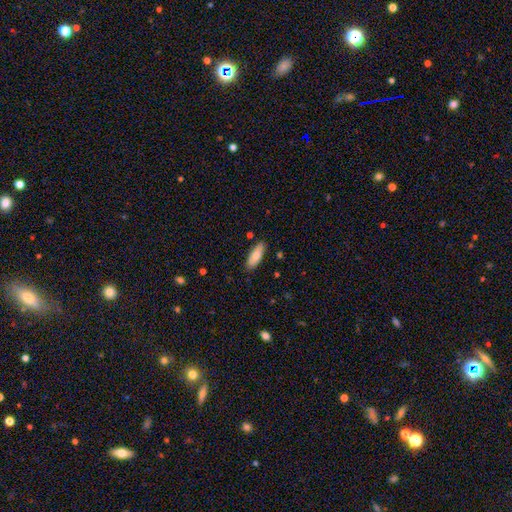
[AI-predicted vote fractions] The model was most divided on "how rounded": in between: 65%, cigar-shaped: 34%, round: 2%. More confident: merging — none (86%); smooth or featured — smooth (80%).